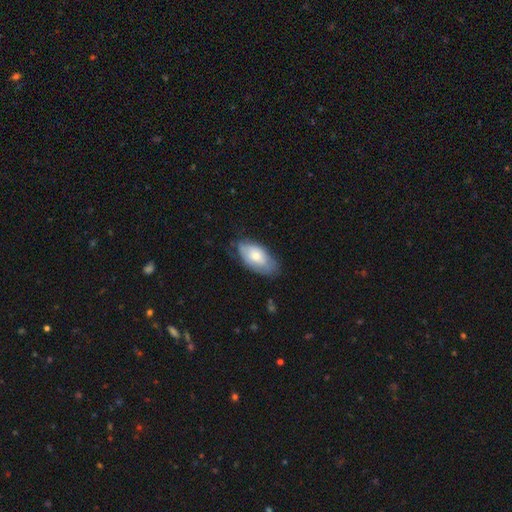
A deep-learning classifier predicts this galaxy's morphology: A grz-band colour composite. It shows a smooth galaxy with no disk features (63%) that is in between round and cigar-shaped (93%). Merging: none (64%).